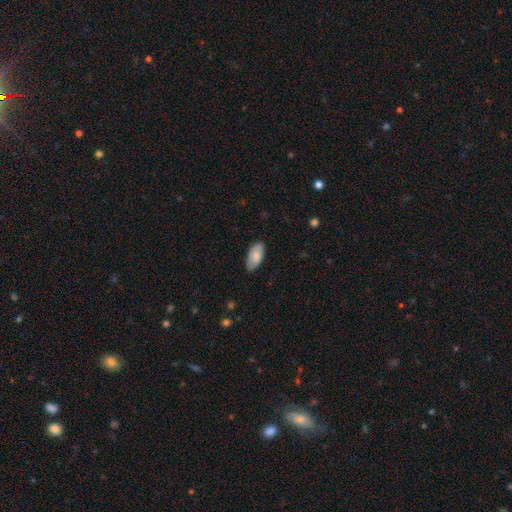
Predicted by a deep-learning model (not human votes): This is likely a smooth galaxy (78%). How rounded: clearly in between (93%). Merging: clearly none (81%).